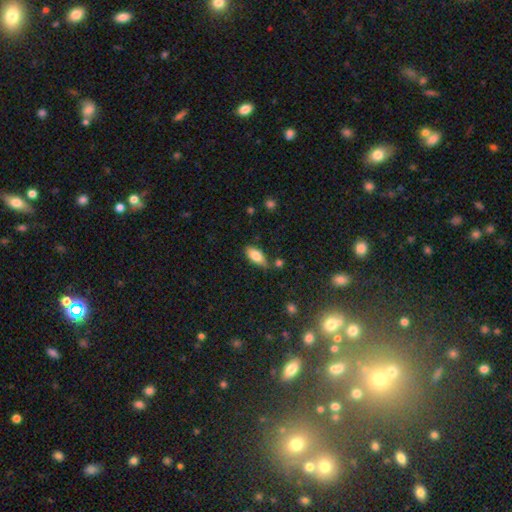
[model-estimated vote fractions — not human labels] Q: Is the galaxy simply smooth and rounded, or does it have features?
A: smooth — 79%.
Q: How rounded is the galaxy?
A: in between — 84%.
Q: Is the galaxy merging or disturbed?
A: none — 69%.